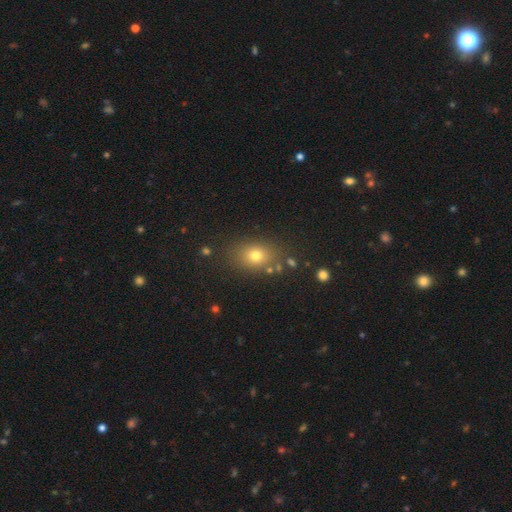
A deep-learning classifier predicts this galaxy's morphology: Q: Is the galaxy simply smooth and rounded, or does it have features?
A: smooth — 72%.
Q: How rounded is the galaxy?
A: in between — 60%.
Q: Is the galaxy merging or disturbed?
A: none — 80%.